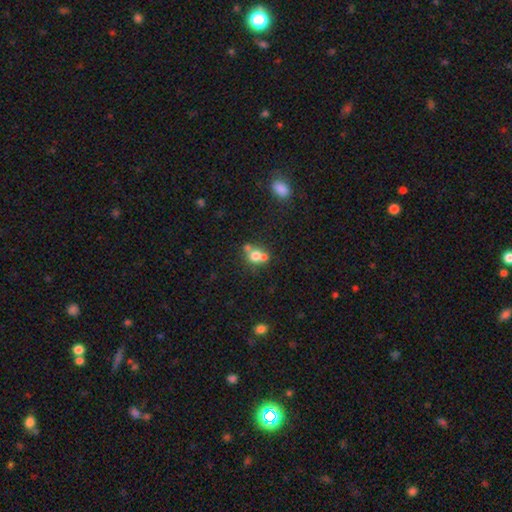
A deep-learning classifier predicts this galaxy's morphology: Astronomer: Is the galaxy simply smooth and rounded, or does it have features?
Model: smooth — 67%.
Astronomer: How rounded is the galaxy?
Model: round — 73%.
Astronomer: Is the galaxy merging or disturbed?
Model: merger — 49% (runner-up: none, 38%).